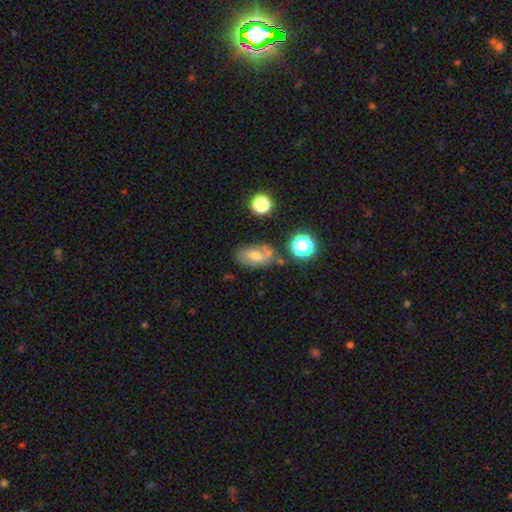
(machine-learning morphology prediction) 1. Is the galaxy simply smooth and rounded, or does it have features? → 52% smooth, 35% featured or disk, 14% star or artifact.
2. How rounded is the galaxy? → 84% in between, 13% round, 3% cigar-shaped.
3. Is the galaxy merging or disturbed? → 57% none, 22% minor disturbance, 12% merger, 9% major disturbance.